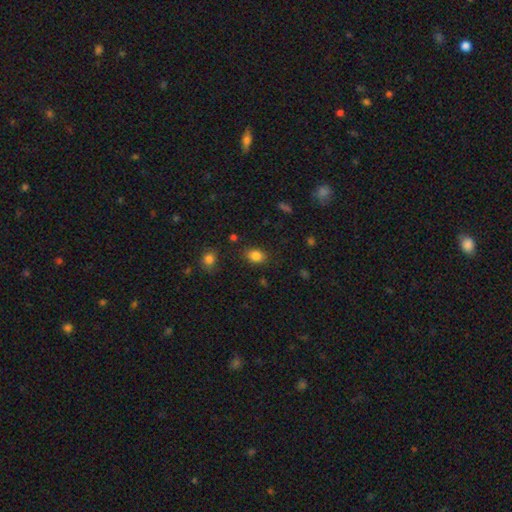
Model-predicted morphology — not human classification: The model was most divided on "how rounded": in between: 69%, round: 30%, cigar-shaped: 1%. More confident: smooth or featured — smooth (84%); merging — none (82%).